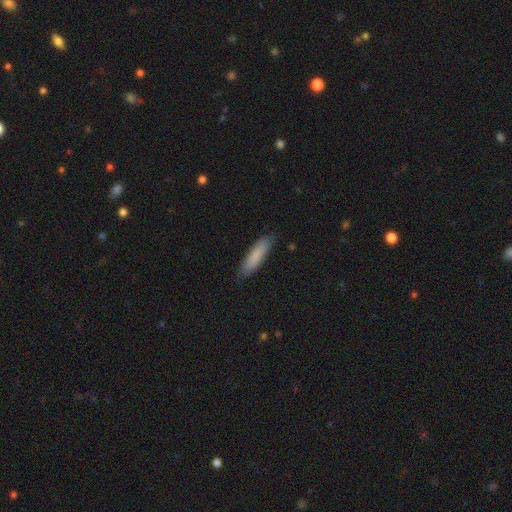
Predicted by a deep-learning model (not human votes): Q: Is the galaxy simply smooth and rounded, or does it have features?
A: smooth — 82%.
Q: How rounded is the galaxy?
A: cigar-shaped — 70%.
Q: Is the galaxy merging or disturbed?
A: none — 85%.